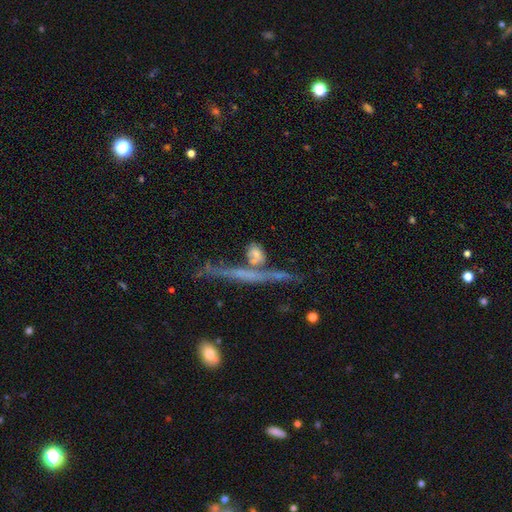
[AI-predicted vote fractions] A smooth galaxy with no disk features (59%) that is in between round and cigar-shaped (40%). Merging: none (46%).